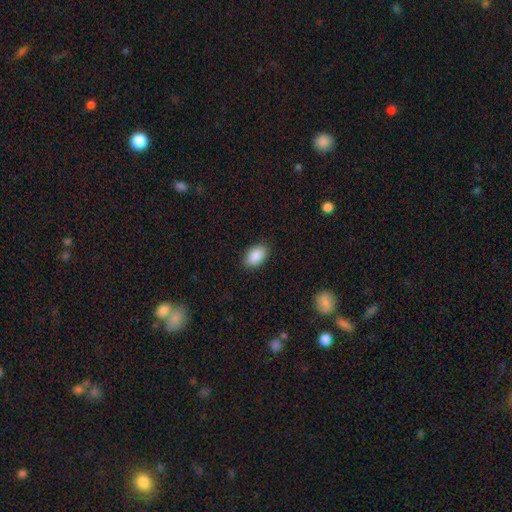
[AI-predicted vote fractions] Smooth or featured?
  - smooth: 89% *
  - star or artifact: 7%
  - featured or disk: 4%
How rounded?
  - in between: 91% *
  - round: 7%
  - cigar-shaped: 1%
Merging?
  - none: 88% *
  - minor disturbance: 9%
  - major disturbance: 2%
  - merger: 1%